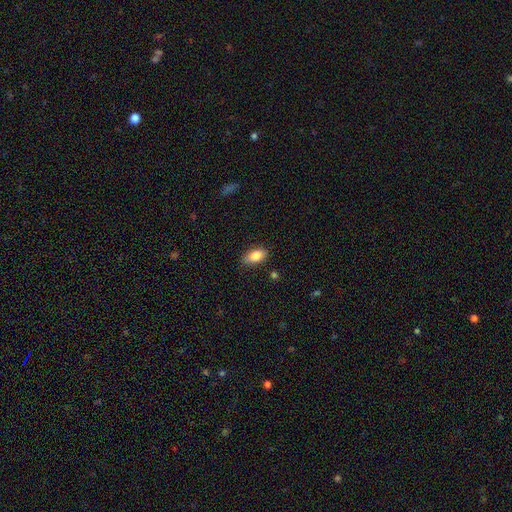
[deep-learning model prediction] Smooth or featured?
  - smooth: 83% *
  - featured or disk: 9%
  - star or artifact: 7%
How rounded?
  - in between: 90% *
  - round: 5%
  - cigar-shaped: 4%
Merging?
  - none: 78% *
  - minor disturbance: 17%
  - major disturbance: 3%
  - merger: 2%